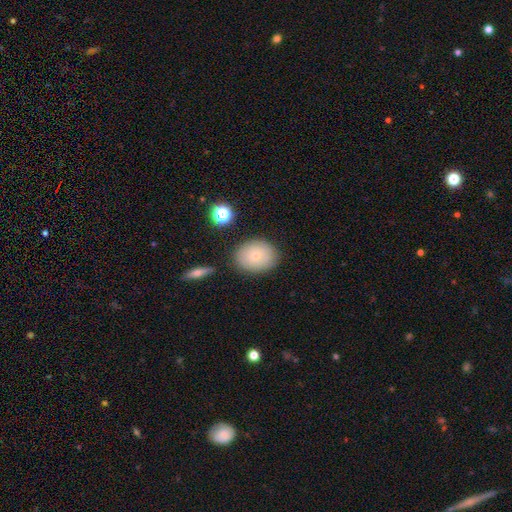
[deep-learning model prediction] This appears to be a smooth galaxy with no disk features (66%) that is in between round and cigar-shaped (51%). Merging: none (83%).